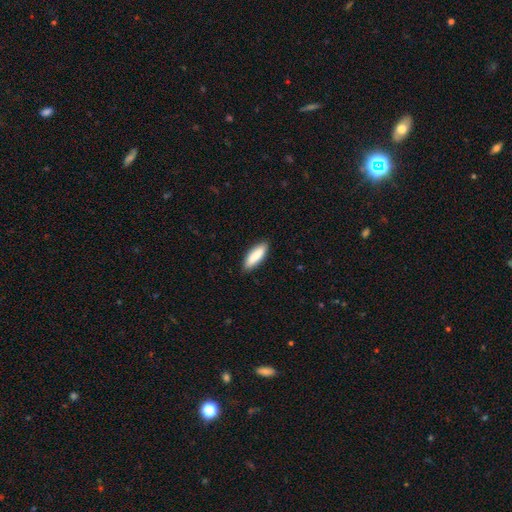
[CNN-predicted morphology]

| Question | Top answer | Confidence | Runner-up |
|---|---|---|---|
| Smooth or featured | smooth | 87% | featured or disk (7%) |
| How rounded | in between | 53% | cigar-shaped (45%) |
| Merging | none | 87% | minor disturbance (10%) |